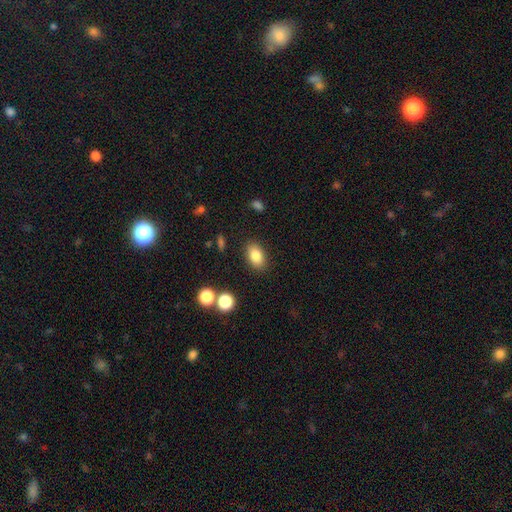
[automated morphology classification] Overall: smooth (83%). How rounded: in between (88%). Merging: none (86%).